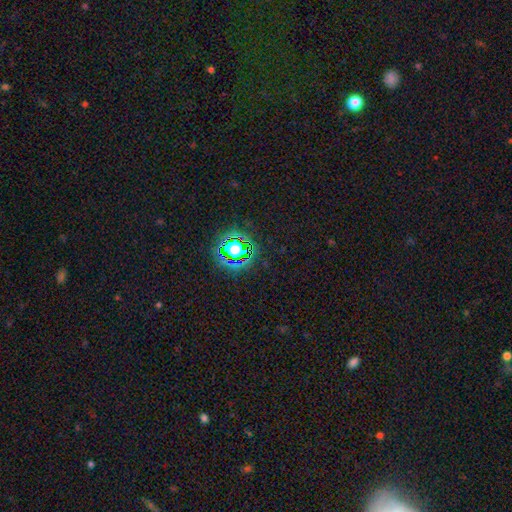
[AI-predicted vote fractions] Q: Smooth or featured?
A: star or artifact (81%); runner-up: smooth (12%)